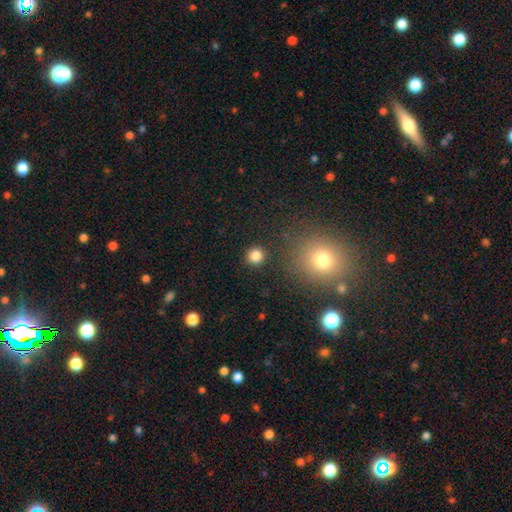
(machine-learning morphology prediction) The model was most divided on "smooth or featured": smooth: 83%, star or artifact: 13%, featured or disk: 4%. More confident: how rounded — round (93%); merging — none (90%).